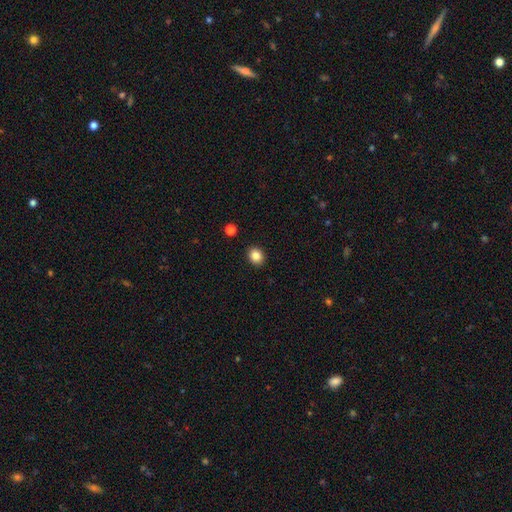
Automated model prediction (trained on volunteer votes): The model was most divided on "how rounded": round: 62%, in between: 37%, cigar-shaped: 1%. More confident: merging — none (90%); smooth or featured — smooth (85%).